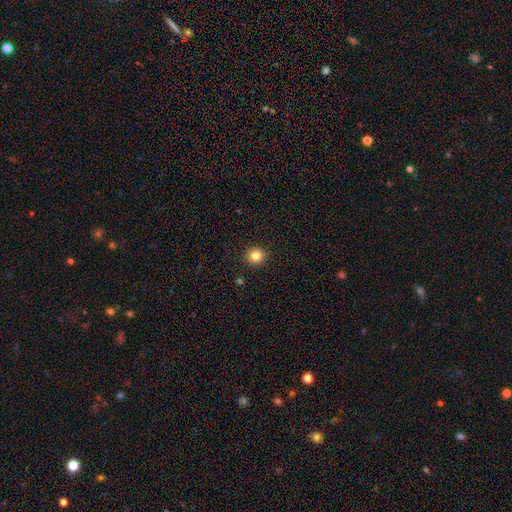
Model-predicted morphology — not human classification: This appears to be a smooth galaxy with no disk features (83%) that is round (91%). Merging: none (92%).